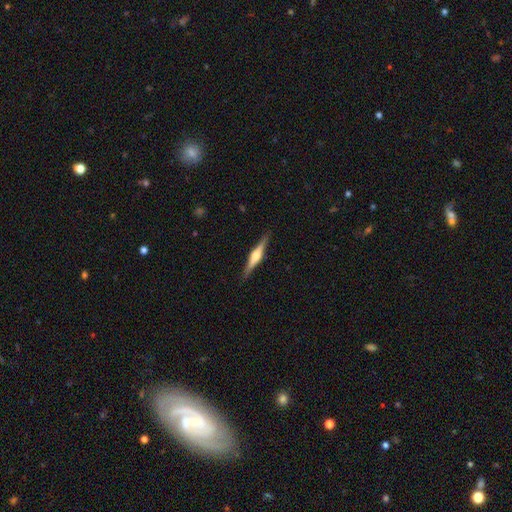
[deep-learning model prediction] Smooth or featured: featured or disk — 73% (smooth — 22%)
Edge-on disk: yes — 98% (no — 2%)
Edge-on bulge: rounded — 84% (boxy — 12%)
Merging: none — 90% (minor disturbance — 7%)